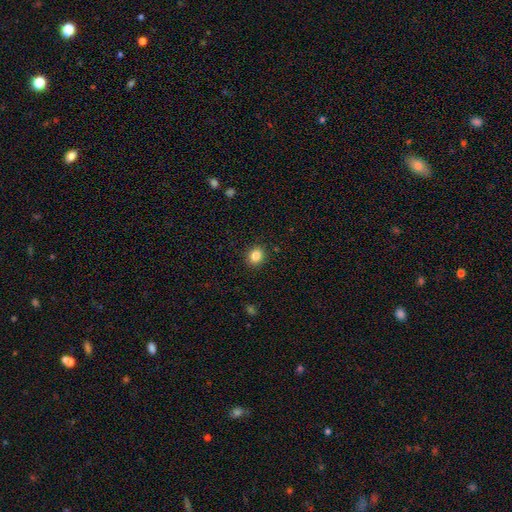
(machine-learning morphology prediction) The model was most divided on "how rounded": round: 70%, in between: 29%, cigar-shaped: 1%. More confident: merging — none (90%); smooth or featured — smooth (85%).